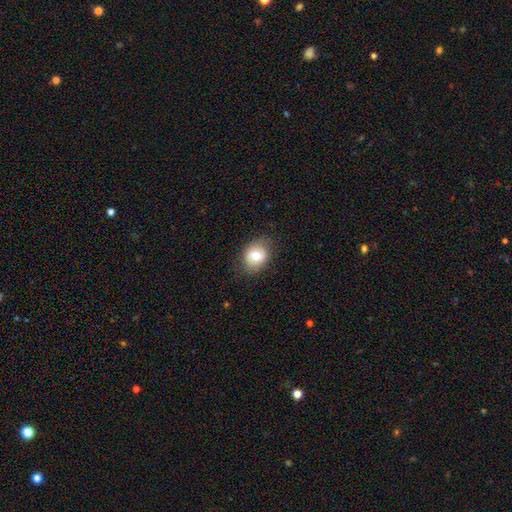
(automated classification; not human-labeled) Smooth or featured: smooth — 68% (featured or disk — 23%)
How rounded: round — 55% (in between — 44%)
Merging: none — 80% (minor disturbance — 15%)